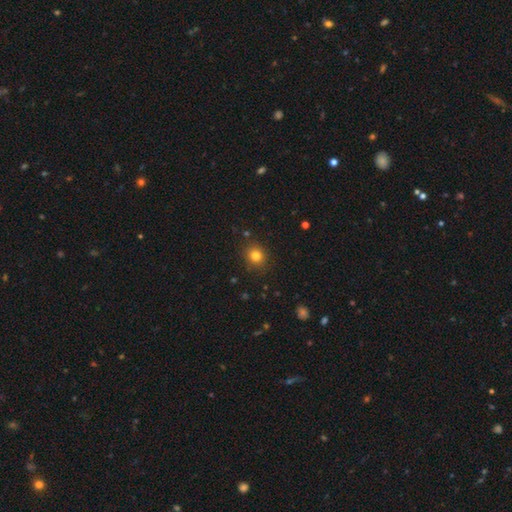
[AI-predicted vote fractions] Smooth or featured: smooth — 81% (star or artifact — 13%)
How rounded: round — 82% (in between — 17%)
Merging: none — 89% (minor disturbance — 8%)